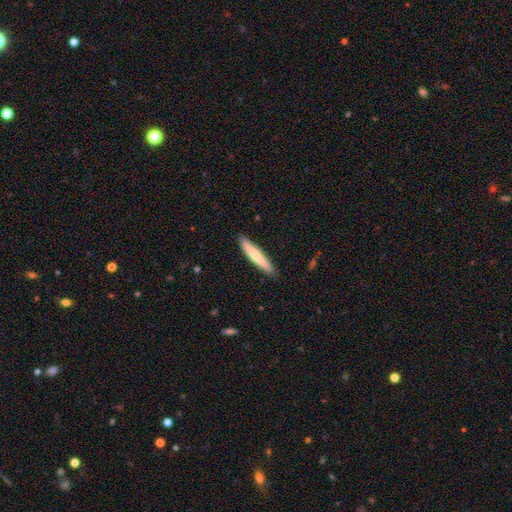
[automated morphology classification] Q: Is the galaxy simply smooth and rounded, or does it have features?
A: smooth — 64%.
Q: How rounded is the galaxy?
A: cigar-shaped — 91%.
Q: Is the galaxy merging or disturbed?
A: none — 89%.